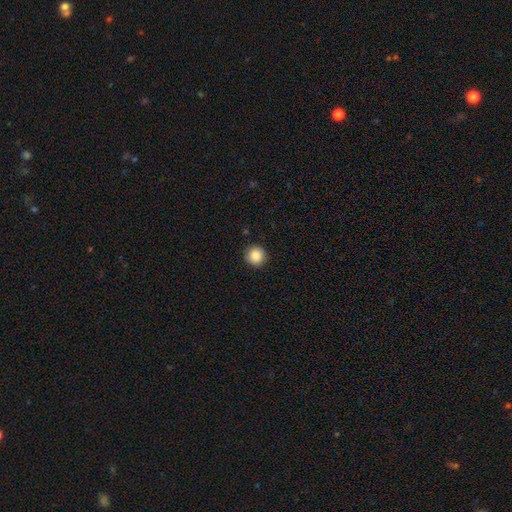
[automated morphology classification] This is clearly a smooth galaxy (88%). How rounded: clearly round (93%). Merging: clearly none (89%).